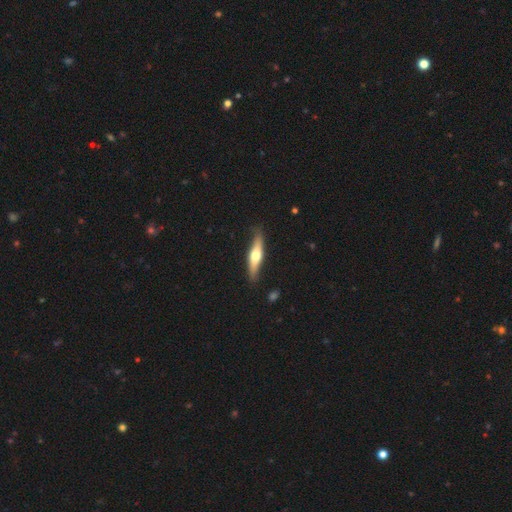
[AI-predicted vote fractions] A featured or disk galaxy (52%) viewed edge-on (90%). Merging: none (83%).